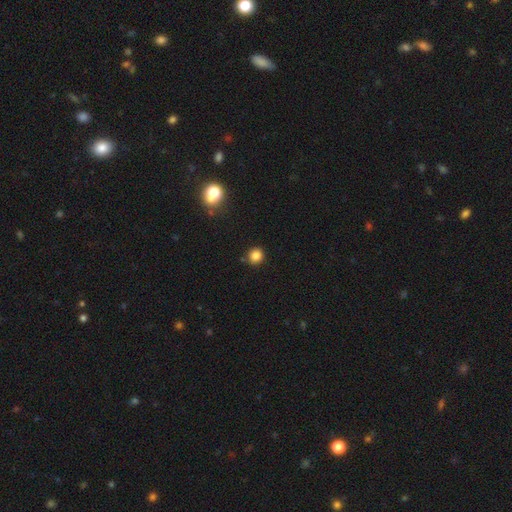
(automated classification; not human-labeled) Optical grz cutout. It shows a smooth galaxy with no disk features (84%) that is round (86%). Merging: none (86%).